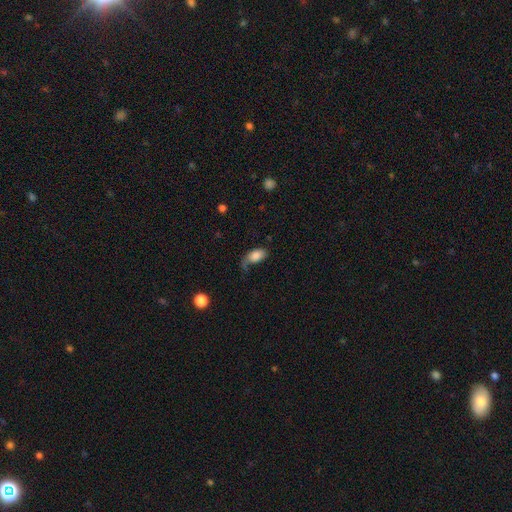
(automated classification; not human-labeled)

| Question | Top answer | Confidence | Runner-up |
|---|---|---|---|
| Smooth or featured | smooth | 79% | featured or disk (14%) |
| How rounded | in between | 92% | round (5%) |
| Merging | none | 43% | minor disturbance (28%) |